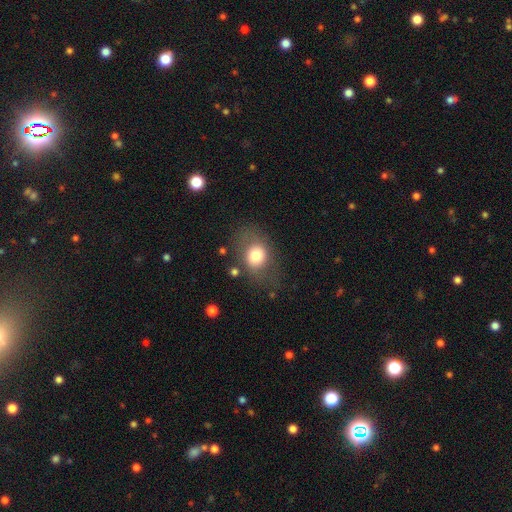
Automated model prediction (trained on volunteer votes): The model was most divided on "how rounded": in between: 57%, round: 42%, cigar-shaped: 1%. More confident: smooth or featured — smooth (73%); merging — none (66%).